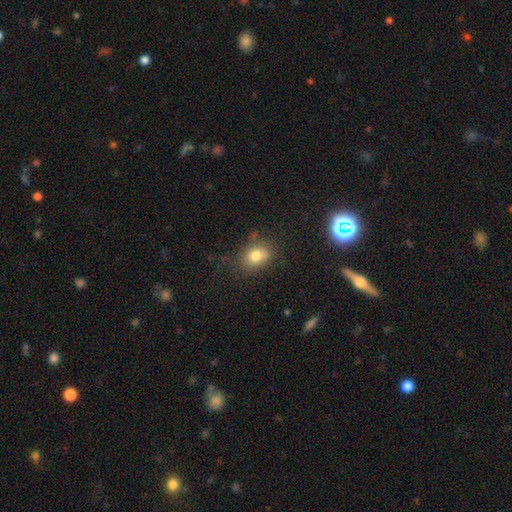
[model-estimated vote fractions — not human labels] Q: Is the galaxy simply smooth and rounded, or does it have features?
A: smooth — 79%.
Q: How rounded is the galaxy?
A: in between — 56%.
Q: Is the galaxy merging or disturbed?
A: none — 72%.